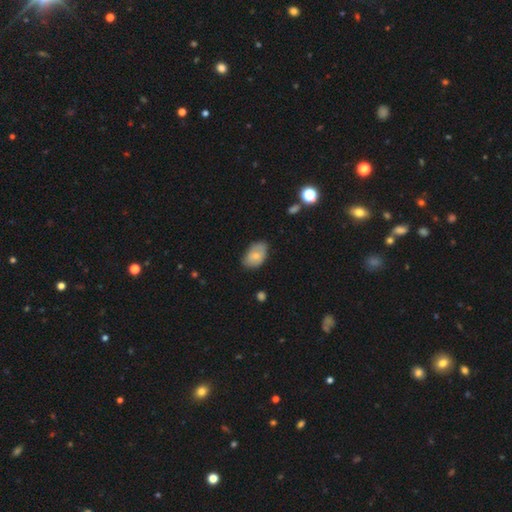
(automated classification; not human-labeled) A smooth galaxy with no disk features (72%) that is in between round and cigar-shaped (89%). Merging: none (65%).